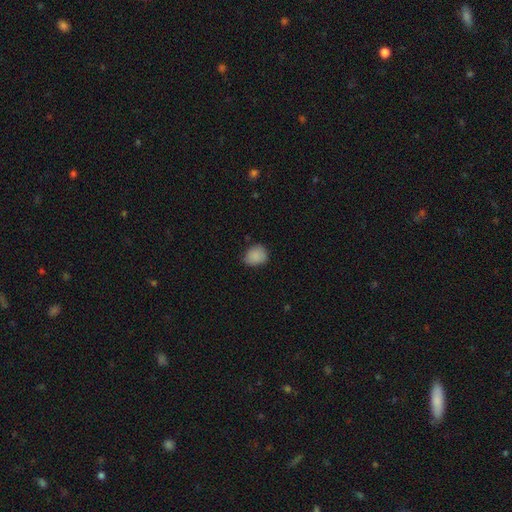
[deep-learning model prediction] smooth-or-featured: smooth: 86% | star or artifact: 9% | featured or disk: 5%
  how-rounded: round: 60% | in between: 39% | cigar-shaped: 1%
  merging: none: 67% | minor disturbance: 28% | major disturbance: 4% | merger: 2%